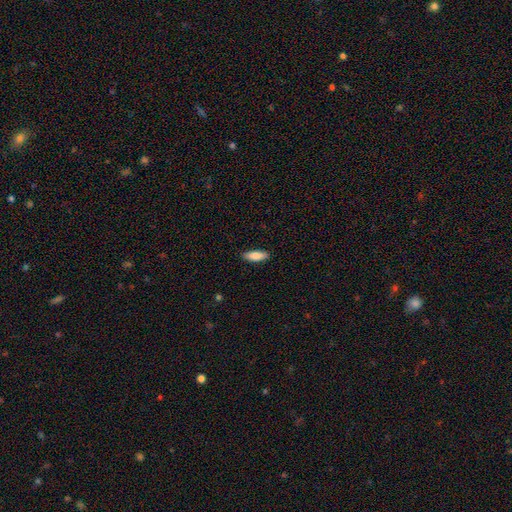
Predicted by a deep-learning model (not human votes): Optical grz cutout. It shows a smooth galaxy with no disk features (83%) that is in between round and cigar-shaped (64%). Merging: none (87%).